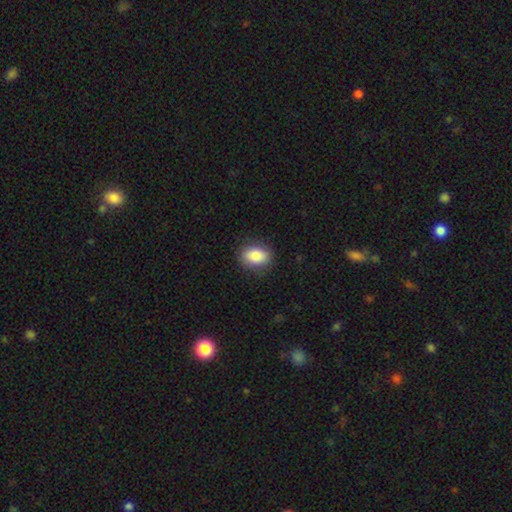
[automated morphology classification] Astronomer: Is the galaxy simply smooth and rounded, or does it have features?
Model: smooth — 85%.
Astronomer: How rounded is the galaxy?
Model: in between — 75%.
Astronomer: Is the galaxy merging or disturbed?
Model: none — 86%.